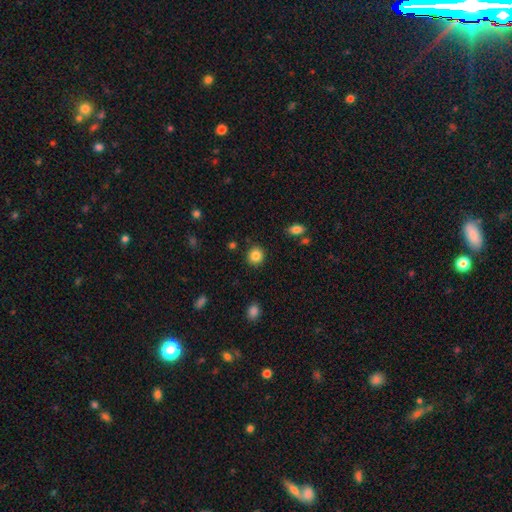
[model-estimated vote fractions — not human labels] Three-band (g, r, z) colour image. It shows a smooth galaxy with no disk features (85%) that is round (88%). Merging: none (89%).